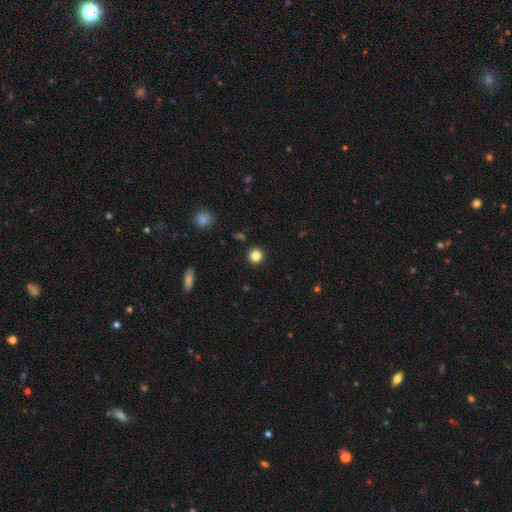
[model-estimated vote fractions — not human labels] Morphology: type=smooth (85%); roundness=round (92%); merging=none (92%).